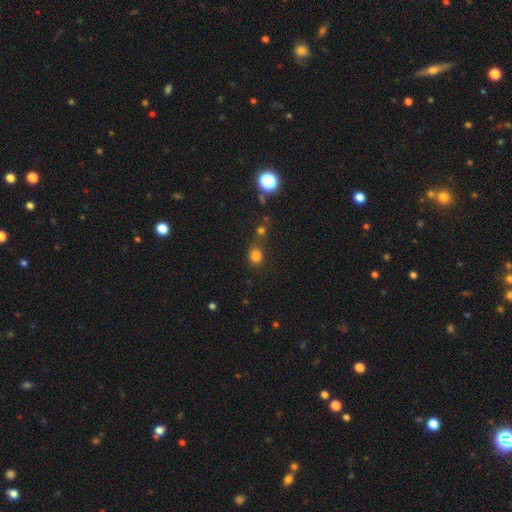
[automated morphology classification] Smooth or featured: smooth — 76% (star or artifact — 18%)
How rounded: round — 65% (in between — 34%)
Merging: none — 60% (merger — 18%)